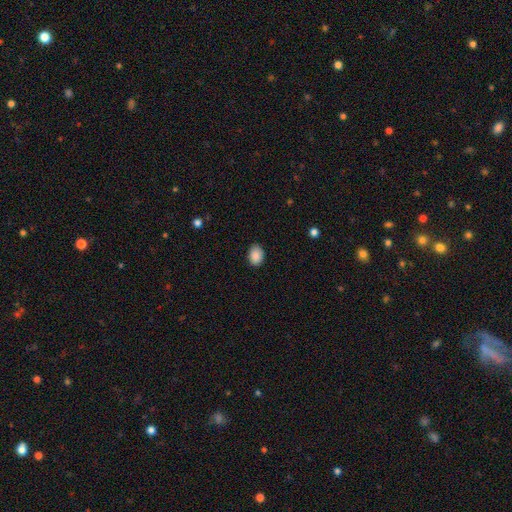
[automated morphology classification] Smooth or featured? smooth (89%)
How rounded? in between (74%)
Merging? none (85%)